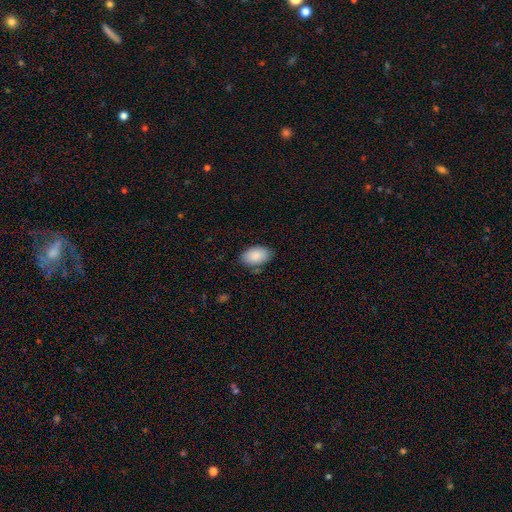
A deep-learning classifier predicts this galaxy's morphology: A smooth galaxy with no disk features (89%) that is in between round and cigar-shaped (92%).

Vote fractions:
- Smooth or featured? smooth: 89% / star or artifact: 6% / featured or disk: 5%
- How rounded? in between: 92% / round: 7% / cigar-shaped: 1%
- Merging? none: 77% / minor disturbance: 18% / major disturbance: 4% / merger: 2%